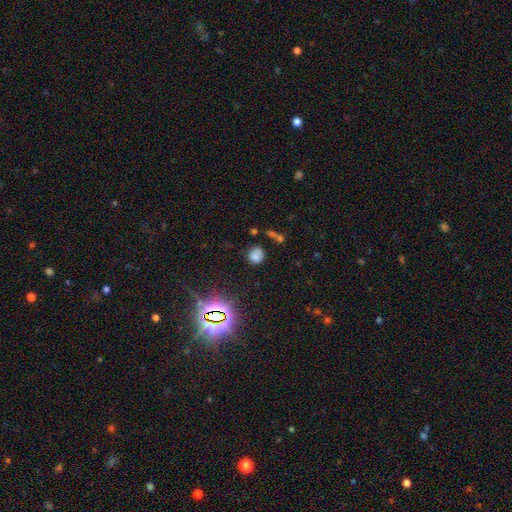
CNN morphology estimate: Smooth or featured? smooth (69%)
How rounded? round (75%)
Merging? none (68%)